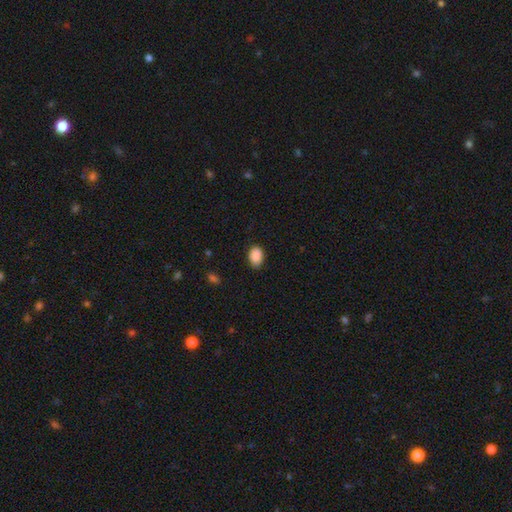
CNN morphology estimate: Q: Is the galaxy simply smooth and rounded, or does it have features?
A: smooth — 89%.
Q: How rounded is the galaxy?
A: in between — 82%.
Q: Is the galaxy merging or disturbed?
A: none — 78%.